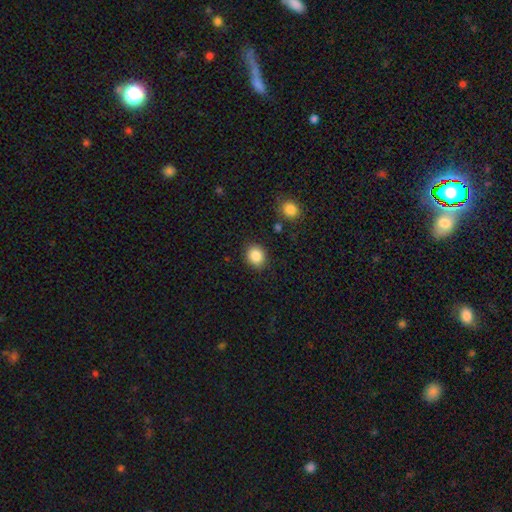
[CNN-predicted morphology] smooth 86%, star or artifact 9%, featured or disk 5%. Down the decision tree: how rounded — round (71%); merging — none (87%).